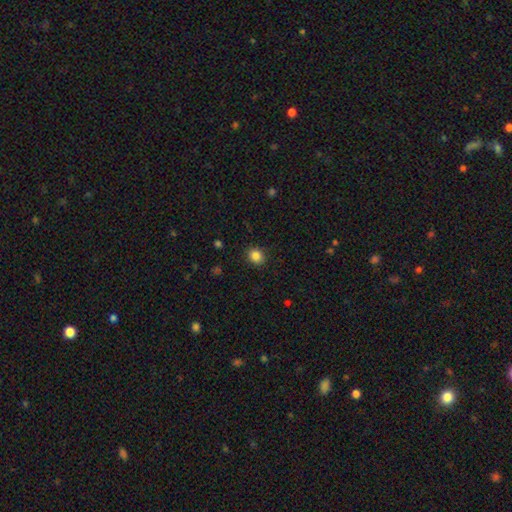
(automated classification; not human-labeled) The model was most divided on "how rounded": round: 73%, in between: 26%, cigar-shaped: 1%. More confident: merging — none (90%); smooth or featured — smooth (86%).